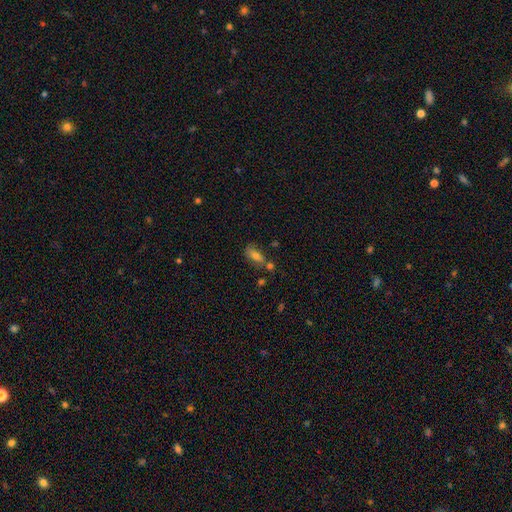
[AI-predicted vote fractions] Overall: smooth (69%). How rounded: in between (80%). Merging: none (52%; merger 20%).